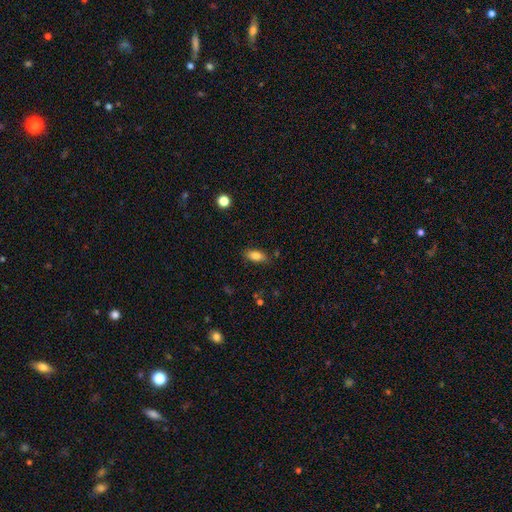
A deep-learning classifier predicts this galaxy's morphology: The model was most divided on "merging": none: 84%, minor disturbance: 12%, major disturbance: 3%, merger: 2%. More confident: how rounded — in between (87%); smooth or featured — smooth (83%).